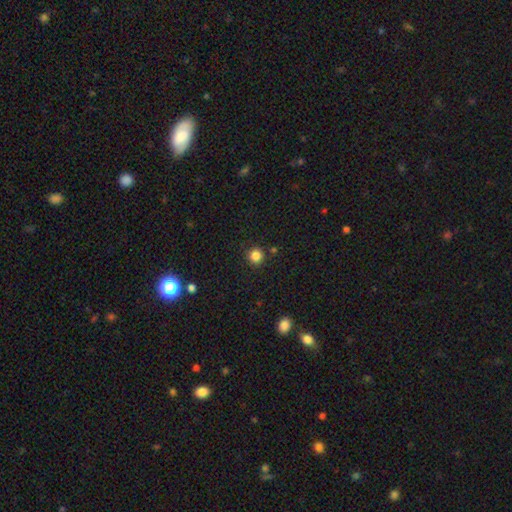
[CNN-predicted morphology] Smooth or featured?
  - smooth: 84% *
  - star or artifact: 12%
  - featured or disk: 4%
How rounded?
  - round: 94% *
  - in between: 5%
  - cigar-shaped: 1%
Merging?
  - none: 89% *
  - minor disturbance: 6%
  - merger: 3%
  - major disturbance: 2%